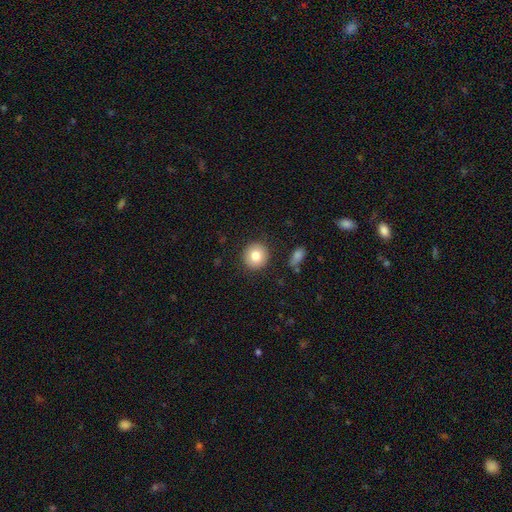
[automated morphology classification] Smooth or featured? Predicted: smooth (p=0.81). How rounded? Predicted: round (p=0.91). Merging? Predicted: none (p=0.89).